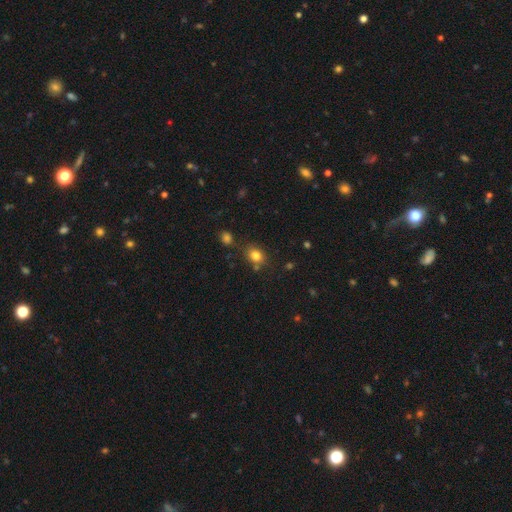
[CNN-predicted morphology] Smooth or featured: smooth — 81% (star or artifact — 12%)
How rounded: round — 51% (in between — 48%)
Merging: none — 72% (minor disturbance — 15%)